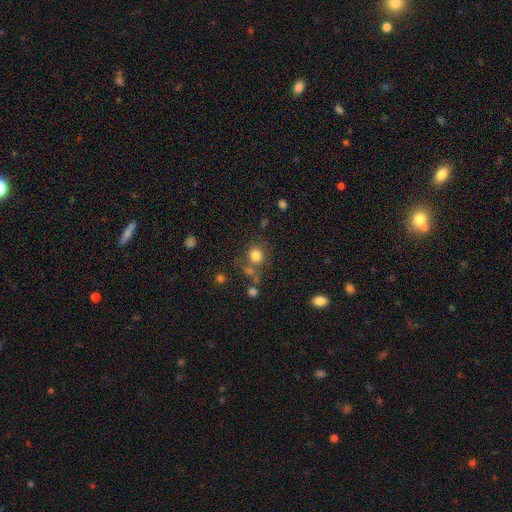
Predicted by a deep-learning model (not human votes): smooth 80%, star or artifact 13%, featured or disk 7%. Down the decision tree: how rounded — round (86%); merging — none (66%).